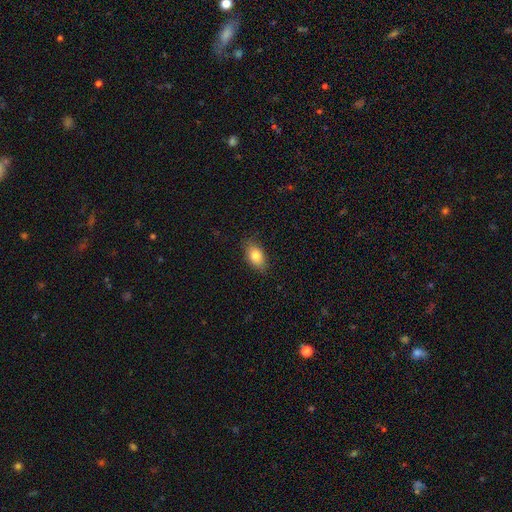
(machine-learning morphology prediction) Smooth or featured? smooth (80%)
How rounded? in between (86%)
Merging? none (85%)